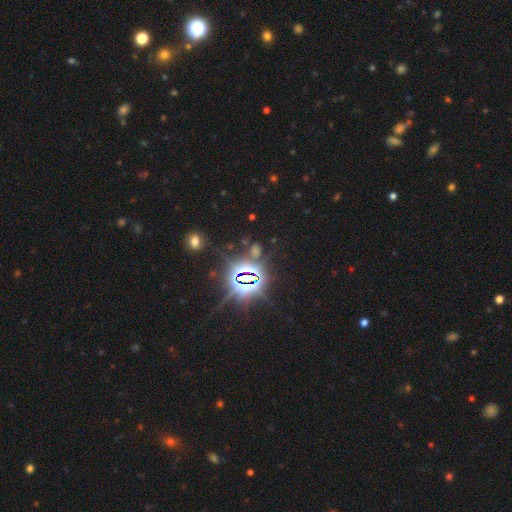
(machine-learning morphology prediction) A star or artifact, not a galaxy (84%).